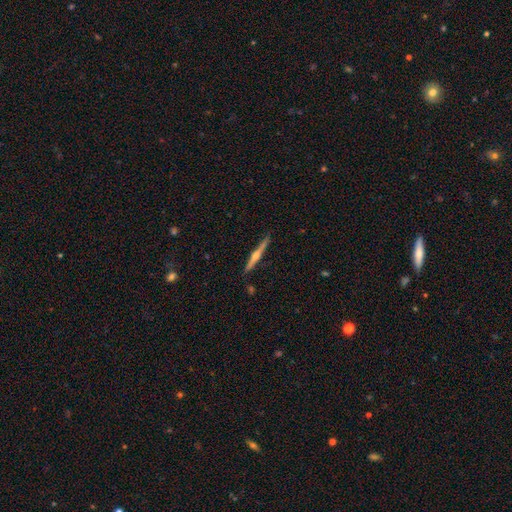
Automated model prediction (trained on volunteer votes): Q: Smooth or featured?
A: featured or disk (68%); runner-up: smooth (26%)
Q: Edge-on disk?
A: yes (98%); runner-up: no (2%)
Q: Edge-on bulge?
A: rounded (87%); runner-up: none (8%)
Q: Merging?
A: none (89%); runner-up: minor disturbance (8%)